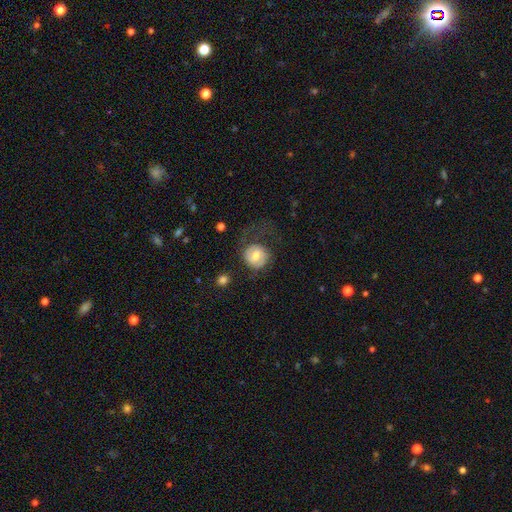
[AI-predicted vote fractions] smooth 47%, featured or disk 46%, star or artifact 7%. Down the decision tree: merging — none (48%).